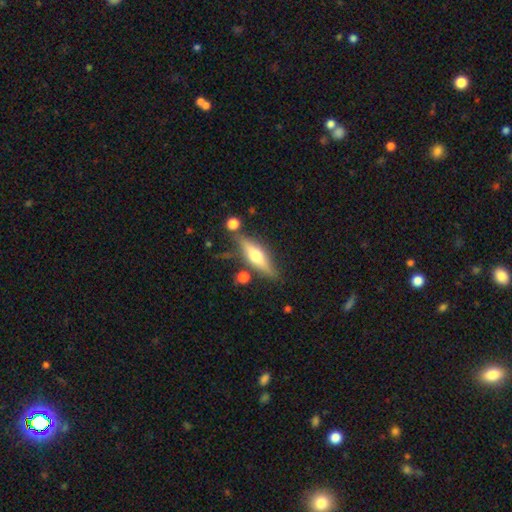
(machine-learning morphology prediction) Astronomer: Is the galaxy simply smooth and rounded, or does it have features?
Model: featured or disk — 57% (runner-up: smooth, 36%).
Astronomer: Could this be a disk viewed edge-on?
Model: yes — 91%.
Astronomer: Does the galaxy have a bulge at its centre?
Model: rounded — 89%.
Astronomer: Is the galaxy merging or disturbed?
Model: none — 74%.